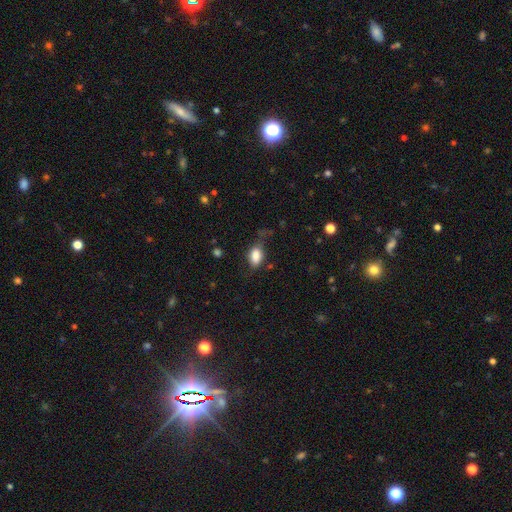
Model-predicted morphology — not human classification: Q: Smooth or featured?
A: smooth (84%); runner-up: featured or disk (8%)
Q: How rounded?
A: in between (88%); runner-up: round (9%)
Q: Merging?
A: none (62%); runner-up: minor disturbance (24%)